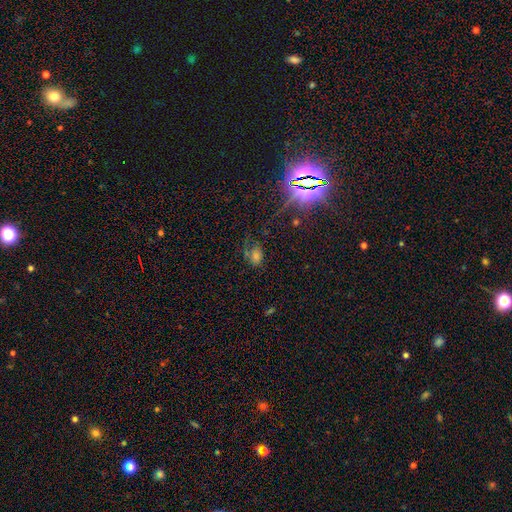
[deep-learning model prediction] Smooth or featured?
  - star or artifact: 47% *
  - smooth: 34%
  - featured or disk: 20%